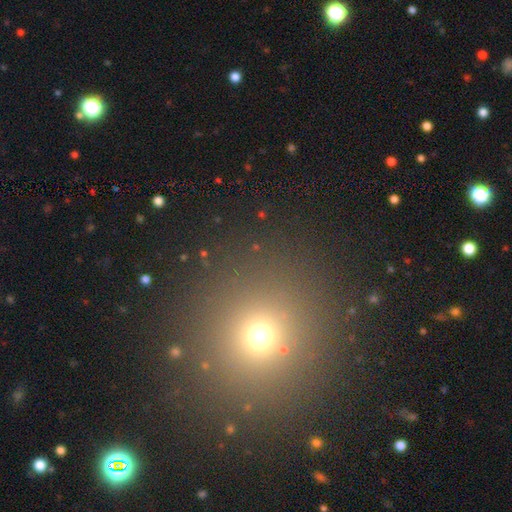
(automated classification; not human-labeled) A smooth galaxy with no disk features (56%) that is round (93%).

Vote fractions:
- Smooth or featured? smooth: 56% / star or artifact: 37% / featured or disk: 7%
- How rounded? round: 93% / in between: 6% / cigar-shaped: 1%
- Merging? none: 90% / minor disturbance: 5% / major disturbance: 3% / merger: 2%